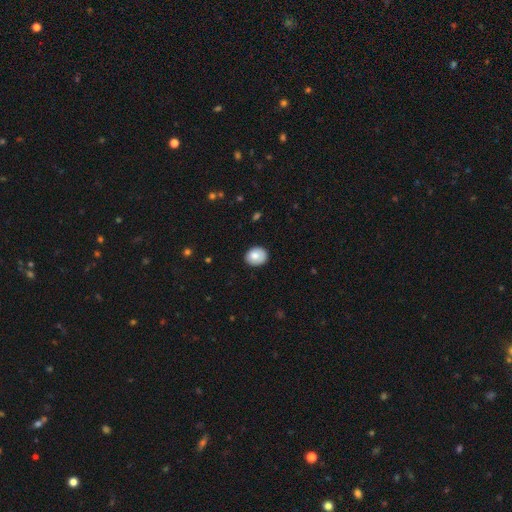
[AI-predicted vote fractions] Smooth or featured? smooth (84%)
How rounded? round (64%)
Merging? none (87%)